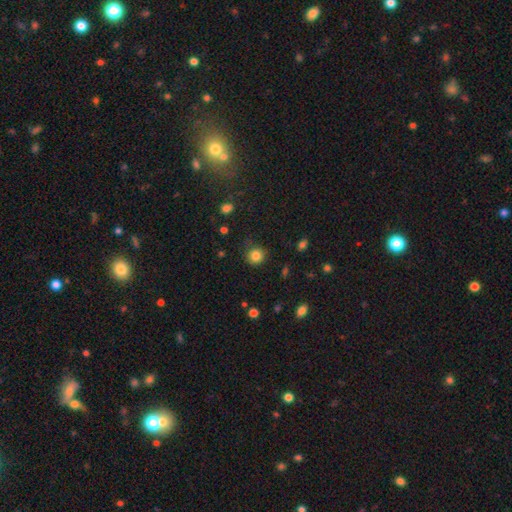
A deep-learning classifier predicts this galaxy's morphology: A smooth galaxy with no disk features (83%) that is round (91%).

Vote fractions:
- Smooth or featured? smooth: 83% / star or artifact: 12% / featured or disk: 5%
- How rounded? round: 91% / in between: 8% / cigar-shaped: 1%
- Merging? none: 81% / minor disturbance: 13% / major disturbance: 4% / merger: 2%